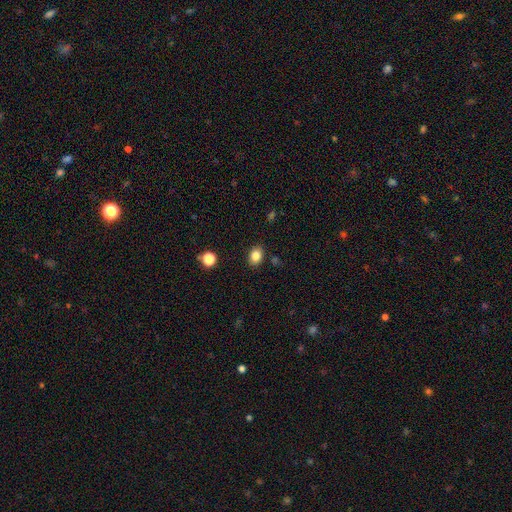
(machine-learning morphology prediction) smooth 84%, star or artifact 11%, featured or disk 6%. Down the decision tree: how rounded — in between (62%); merging — none (87%).